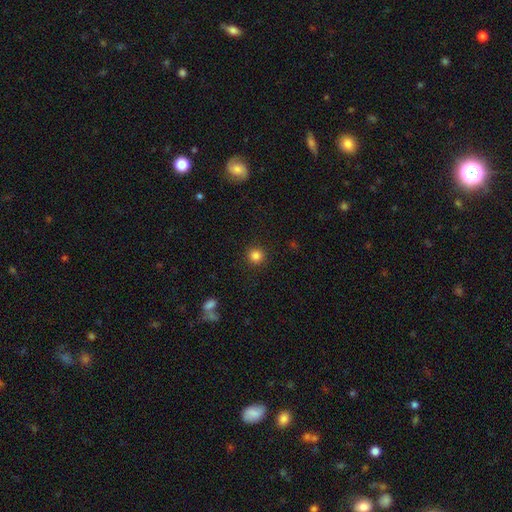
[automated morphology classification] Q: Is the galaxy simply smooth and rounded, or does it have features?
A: smooth — 84%.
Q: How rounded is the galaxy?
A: round — 94%.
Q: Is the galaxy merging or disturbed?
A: none — 91%.